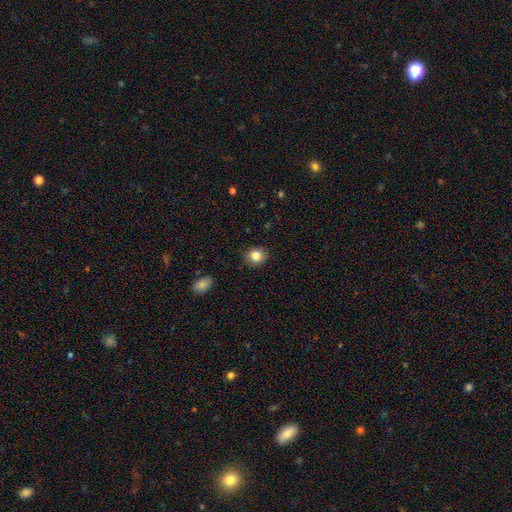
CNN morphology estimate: This is clearly a smooth galaxy (84%). How rounded: clearly round (84%). Merging: clearly none (90%).